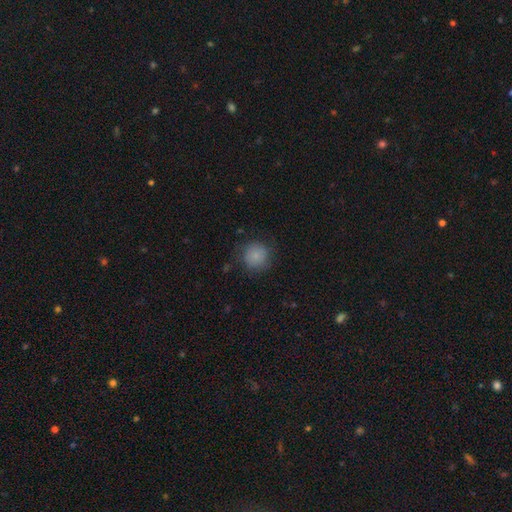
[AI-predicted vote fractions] Smooth or featured? Predicted: smooth (p=0.84). How rounded? Predicted: round (p=0.92). Merging? Predicted: none (p=0.80).